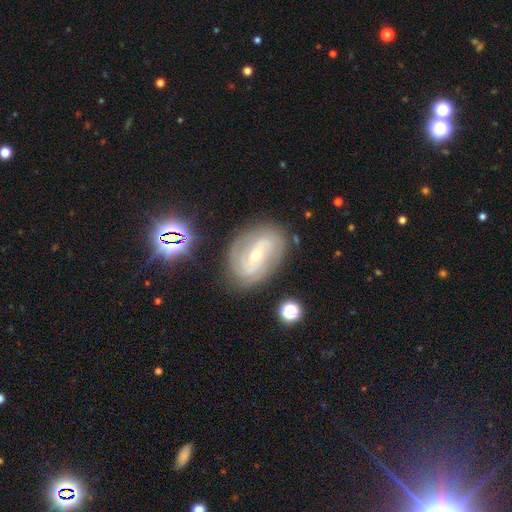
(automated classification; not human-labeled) featured or disk 83%, smooth 9%, star or artifact 8%. Down the decision tree: edge-on disk — no (96%); bar — weak (45%); spiral arms — yes (94%); spiral arm count — 2 (53%); spiral winding — tight (54%); bulge size — small (55%); merging — none (78%).